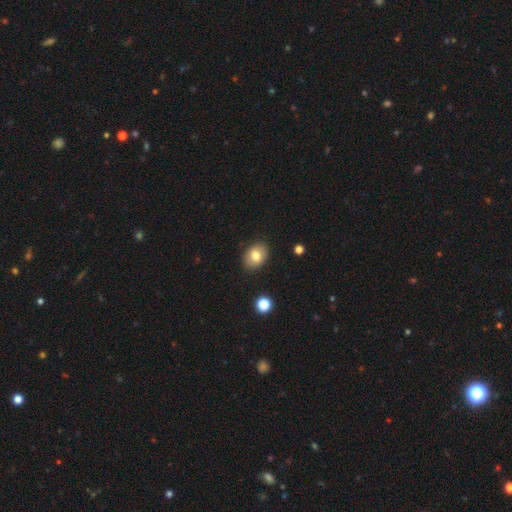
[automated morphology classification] type=smooth (78%); roundness=in between (64%); merging=none (87%).